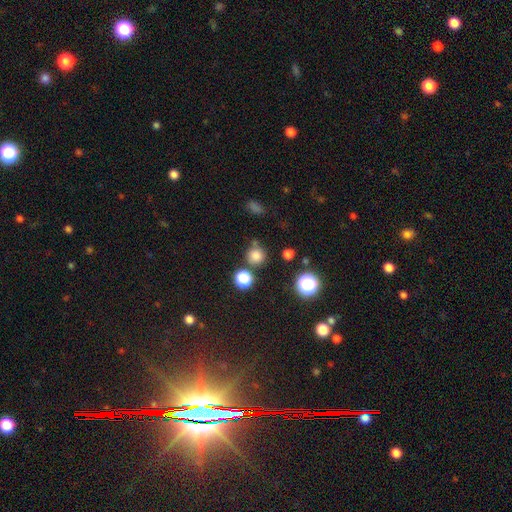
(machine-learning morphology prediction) This appears to be a smooth galaxy with no disk features (78%) that is round (92%). Merging: none (75%).